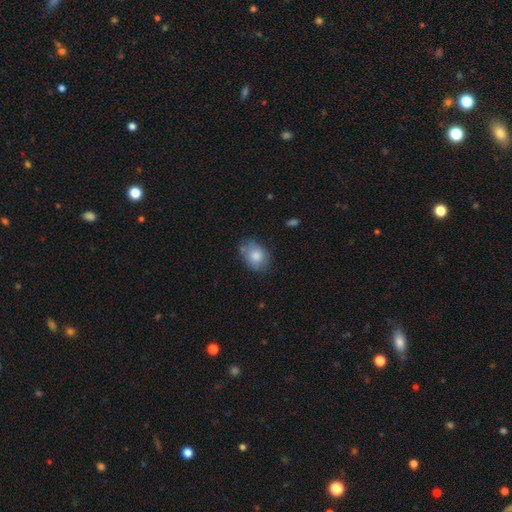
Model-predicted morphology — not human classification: smooth 81%, featured or disk 11%, star or artifact 7%. Down the decision tree: how rounded — in between (72%); merging — none (67%).